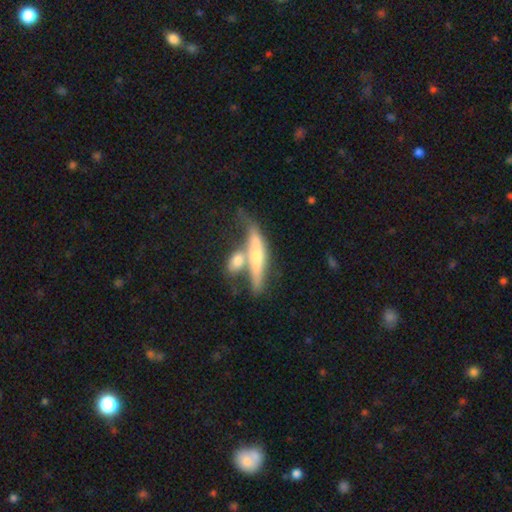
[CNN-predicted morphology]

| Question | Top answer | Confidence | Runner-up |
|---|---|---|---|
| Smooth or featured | featured or disk | 58% | smooth (35%) |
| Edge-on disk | yes | 81% | no (19%) |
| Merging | merger | 46% | none (32%) |